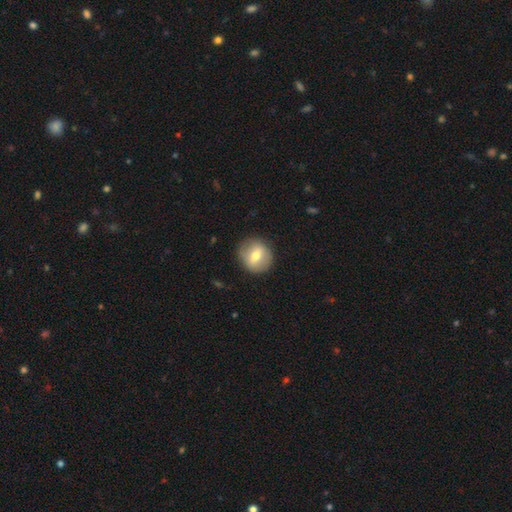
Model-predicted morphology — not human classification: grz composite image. It shows a smooth galaxy with no disk features (61%) that is round (87%). Merging: none (87%).